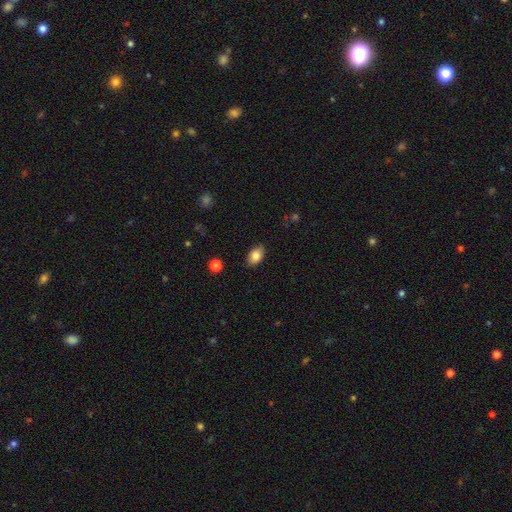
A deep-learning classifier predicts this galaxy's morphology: Smooth or featured: smooth — 84% (featured or disk — 9%)
How rounded: in between — 89% (round — 9%)
Merging: none — 87% (minor disturbance — 10%)